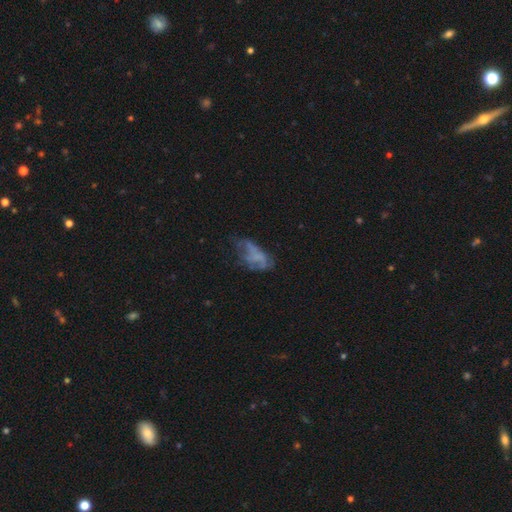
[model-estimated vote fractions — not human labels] Smooth or featured? Predicted: featured or disk (p=0.52). Edge-on disk? Predicted: no (p=0.96). Merging? Predicted: none (p=0.38).